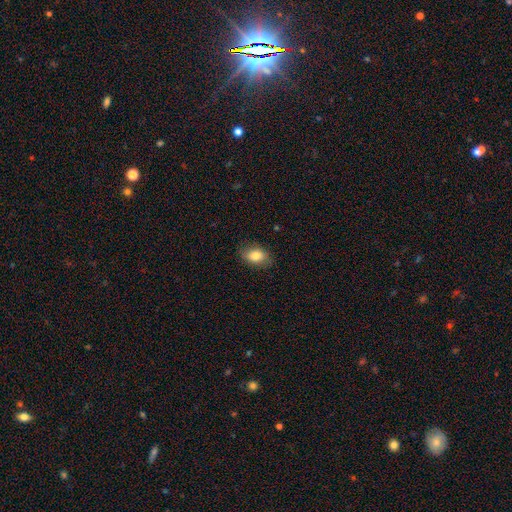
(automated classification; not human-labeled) A smooth galaxy with no disk features (80%) that is in between round and cigar-shaped (84%).

Vote fractions:
- Smooth or featured? smooth: 80% / featured or disk: 12% / star or artifact: 8%
- How rounded? in between: 84% / round: 14% / cigar-shaped: 2%
- Merging? none: 80% / minor disturbance: 15% / major disturbance: 4% / merger: 1%